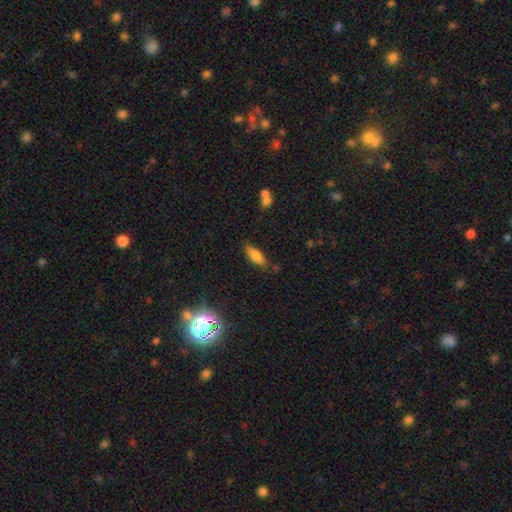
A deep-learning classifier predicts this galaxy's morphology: Smooth or featured?
  - smooth: 75% *
  - featured or disk: 16%
  - star or artifact: 9%
How rounded?
  - in between: 63% *
  - cigar-shaped: 34%
  - round: 2%
Merging?
  - none: 78% *
  - minor disturbance: 15%
  - major disturbance: 3%
  - merger: 3%